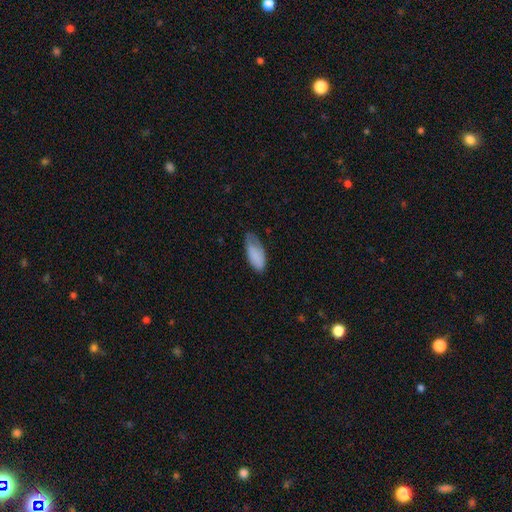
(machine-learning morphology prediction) The model was most divided on "merging": none: 51%, minor disturbance: 37%, major disturbance: 10%, merger: 2%. More confident: how rounded — in between (87%); smooth or featured — smooth (84%).